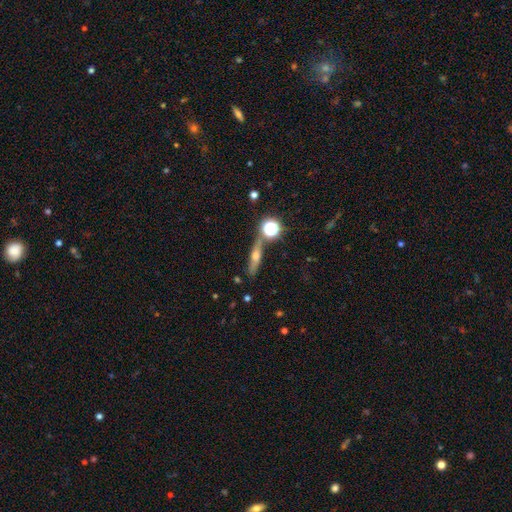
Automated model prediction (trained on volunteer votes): A featured or disk galaxy (55%) viewed edge-on (90%).

Vote fractions:
- Smooth or featured? featured or disk: 55% / smooth: 30% / star or artifact: 15%
- Edge-on disk? yes: 90% / no: 10%
- Merging? none: 77% / minor disturbance: 11% / merger: 8% / major disturbance: 4%